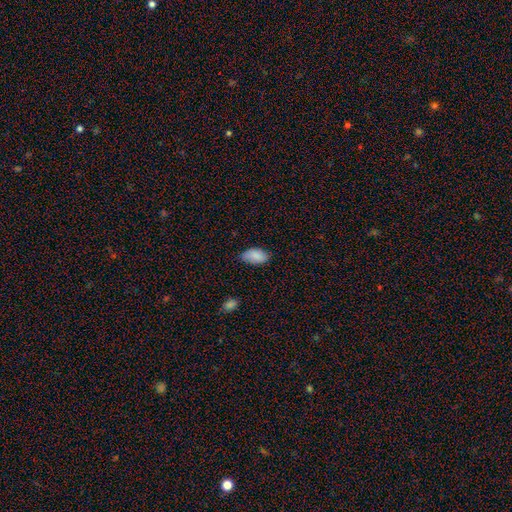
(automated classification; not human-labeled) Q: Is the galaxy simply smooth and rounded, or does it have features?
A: smooth — 87%.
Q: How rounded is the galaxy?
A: in between — 95%.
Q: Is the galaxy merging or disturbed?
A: none — 74%.